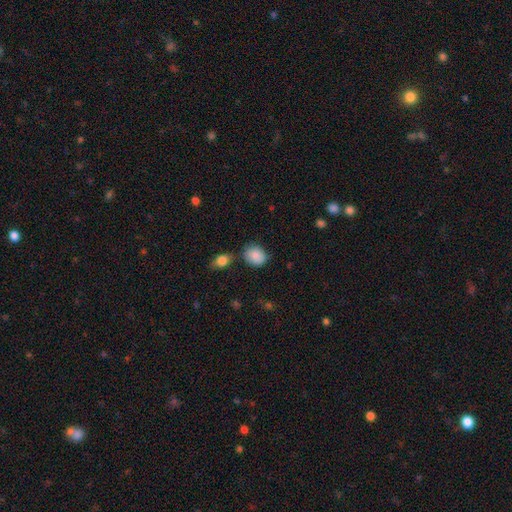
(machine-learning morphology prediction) smooth-or-featured: smooth: 85% | star or artifact: 8% | featured or disk: 7%
  how-rounded: round: 59% | in between: 40% | cigar-shaped: 1%
  merging: none: 71% | minor disturbance: 18% | merger: 8% | major disturbance: 4%